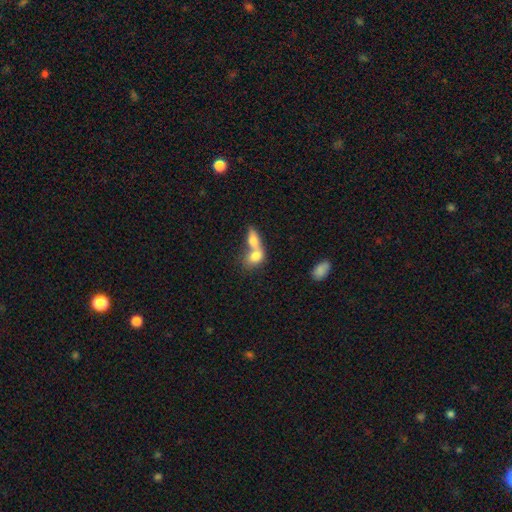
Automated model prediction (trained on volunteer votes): A smooth galaxy with no disk features (76%) that is in between round and cigar-shaped (73%). Merging: merger (74%).